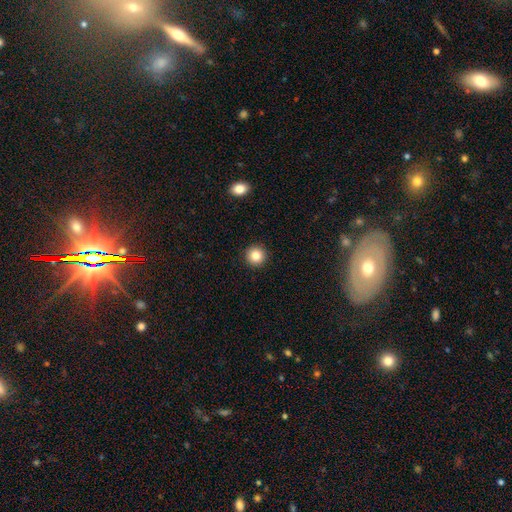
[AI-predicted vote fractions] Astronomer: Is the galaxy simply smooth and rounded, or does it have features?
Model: smooth — 85%.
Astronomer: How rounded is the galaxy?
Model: round — 95%.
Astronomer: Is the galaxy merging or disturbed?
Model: none — 93%.